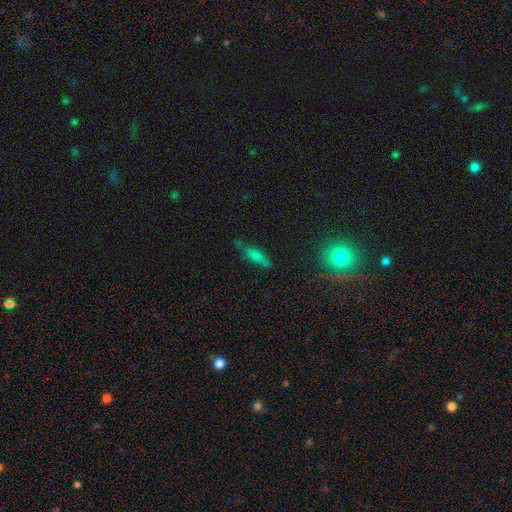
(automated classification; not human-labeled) Overall: smooth (57%; featured or disk 25%). How rounded: cigar-shaped (56%; in between 39%). Merging: none (67%).